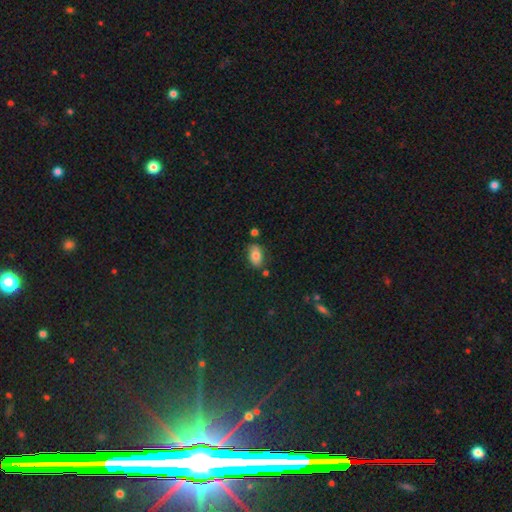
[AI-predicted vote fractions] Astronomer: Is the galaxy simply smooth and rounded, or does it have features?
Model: smooth — 77%.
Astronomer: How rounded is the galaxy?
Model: in between — 89%.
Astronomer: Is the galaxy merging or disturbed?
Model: none — 75%.